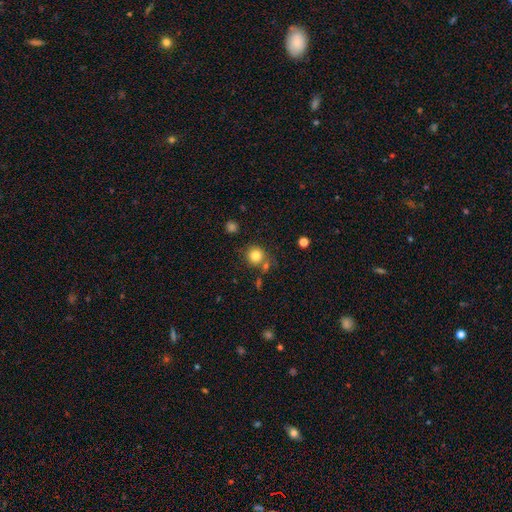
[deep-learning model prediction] Smooth or featured: smooth — 81% (star or artifact — 12%)
How rounded: round — 90% (in between — 9%)
Merging: none — 71% (merger — 15%)